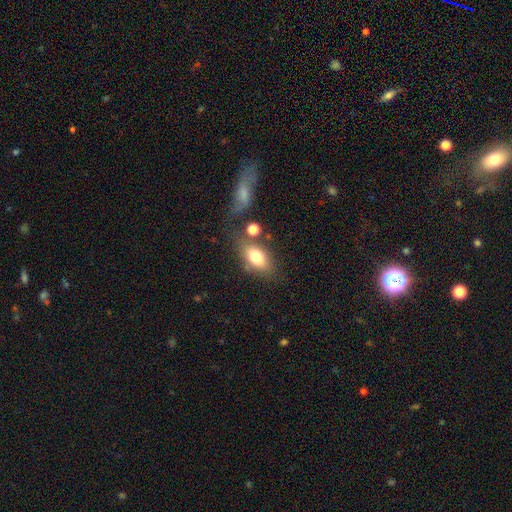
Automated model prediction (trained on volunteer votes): A smooth galaxy with no disk features (77%) that is in between round and cigar-shaped (86%).

Vote fractions:
- Smooth or featured? smooth: 77% / featured or disk: 15% / star or artifact: 8%
- How rounded? in between: 86% / round: 9% / cigar-shaped: 4%
- Merging? none: 61% / minor disturbance: 18% / merger: 13% / major disturbance: 8%